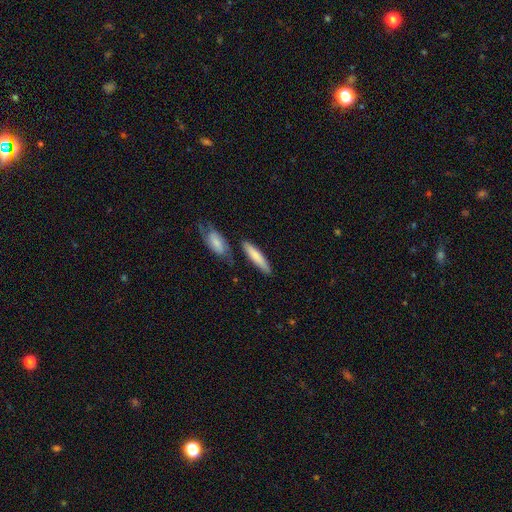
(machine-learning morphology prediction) A smooth galaxy with no disk features (74%) that is cigar-shaped (76%).

Vote fractions:
- Smooth or featured? smooth: 74% / featured or disk: 21% / star or artifact: 5%
- How rounded? cigar-shaped: 76% / in between: 22% / round: 2%
- Merging? none: 68% / minor disturbance: 15% / merger: 13% / major disturbance: 4%